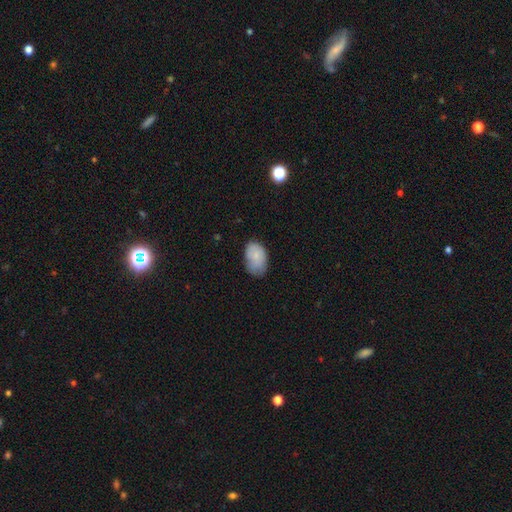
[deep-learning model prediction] Overall: smooth (77%). How rounded: in between (90%). Merging: none (53%; minor disturbance 36%).